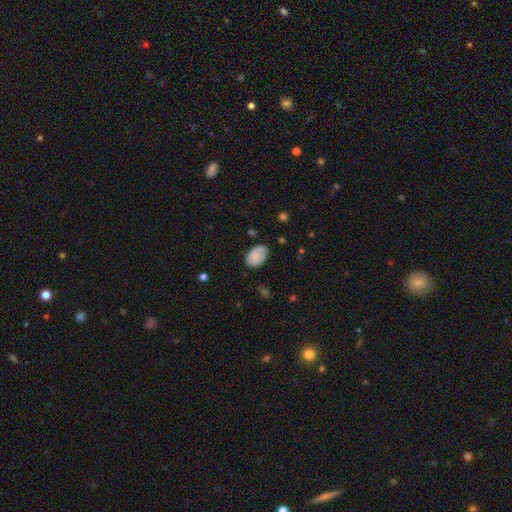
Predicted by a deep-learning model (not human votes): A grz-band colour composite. It shows a smooth galaxy with no disk features (76%) that is in between round and cigar-shaped (88%). Merging: none (70%).